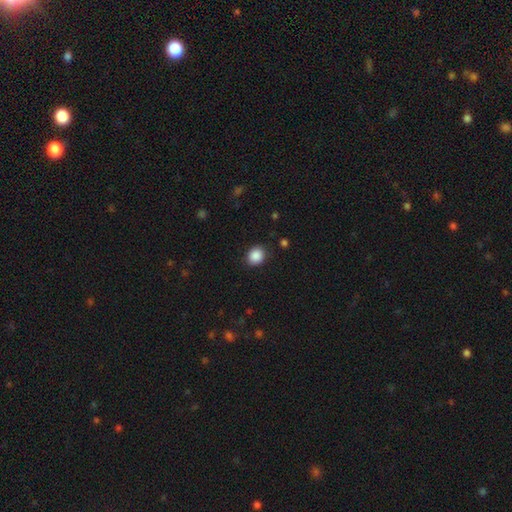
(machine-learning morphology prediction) Q: Smooth or featured?
A: smooth (88%); runner-up: star or artifact (9%)
Q: How rounded?
A: round (67%); runner-up: in between (32%)
Q: Merging?
A: none (87%); runner-up: minor disturbance (9%)